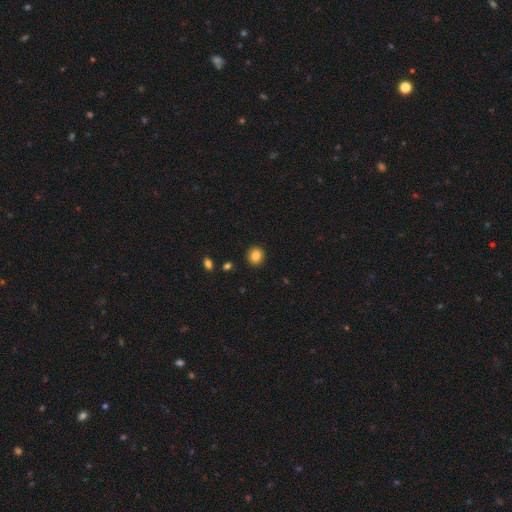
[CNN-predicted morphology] Q: Smooth or featured?
A: smooth (85%); runner-up: star or artifact (10%)
Q: How rounded?
A: round (87%); runner-up: in between (12%)
Q: Merging?
A: none (91%); runner-up: minor disturbance (5%)